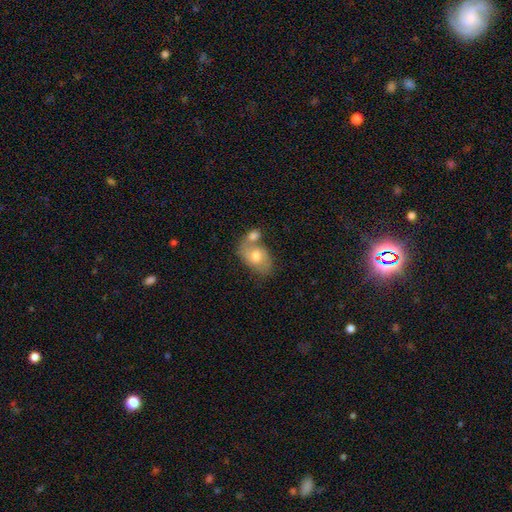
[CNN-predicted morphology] This appears to be a smooth galaxy with no disk features (58%) that is in between round and cigar-shaped (81%). Merging: merger (43%).